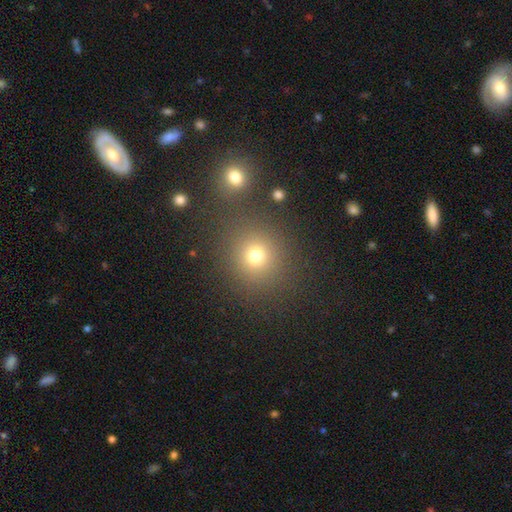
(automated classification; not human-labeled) smooth 72%, star or artifact 20%, featured or disk 8%. Down the decision tree: how rounded — round (87%); merging — none (78%).